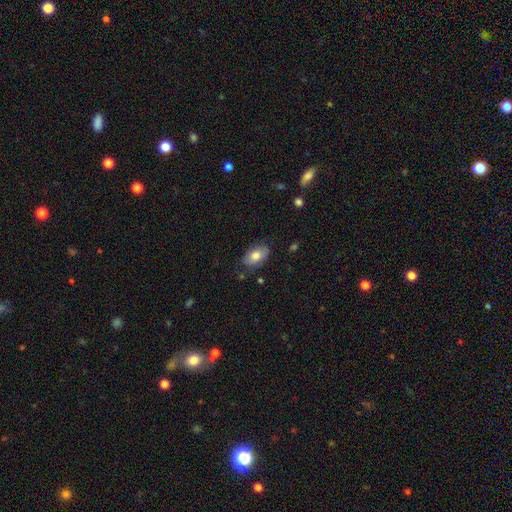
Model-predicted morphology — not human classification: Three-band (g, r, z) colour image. It shows a smooth galaxy with no disk features (74%) that is in between round and cigar-shaped (92%). Merging: none (76%).